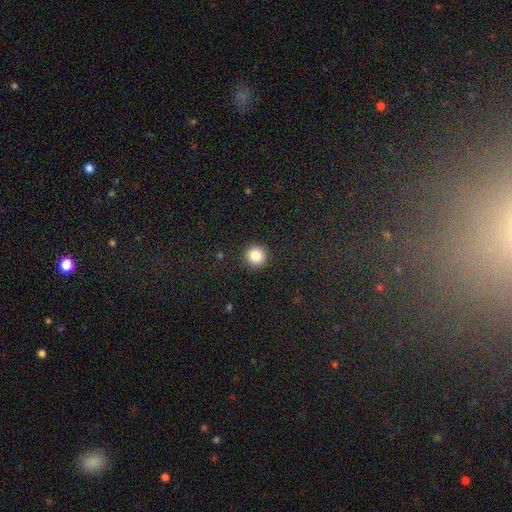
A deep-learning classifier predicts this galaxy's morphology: smooth_or_featured: smooth (p=0.85) [alt: star or artifact p=0.10]
how_rounded: round (p=0.95) [alt: in between p=0.04]
merging: none (p=0.92) [alt: minor disturbance p=0.05]